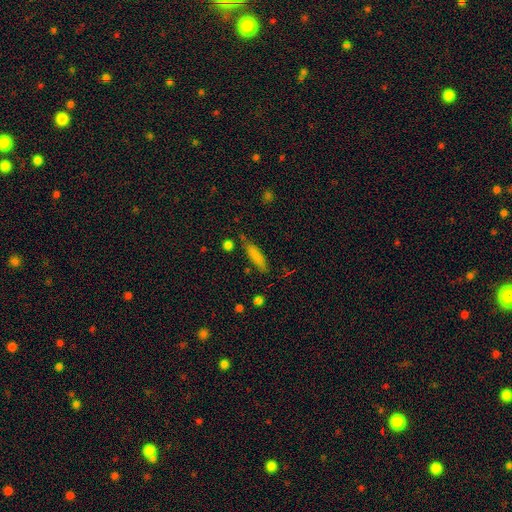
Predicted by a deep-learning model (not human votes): Smooth or featured? Predicted: smooth (p=0.81). How rounded? Predicted: cigar-shaped (p=0.71). Merging? Predicted: none (p=0.76).